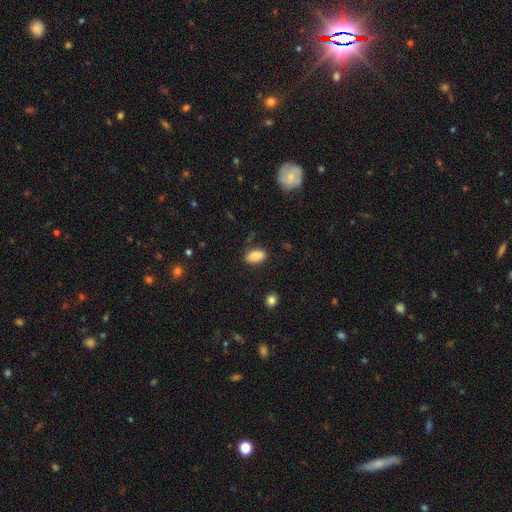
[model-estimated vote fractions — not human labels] Smooth or featured? Predicted: smooth (p=0.86). How rounded? Predicted: in between (p=0.92). Merging? Predicted: none (p=0.82).